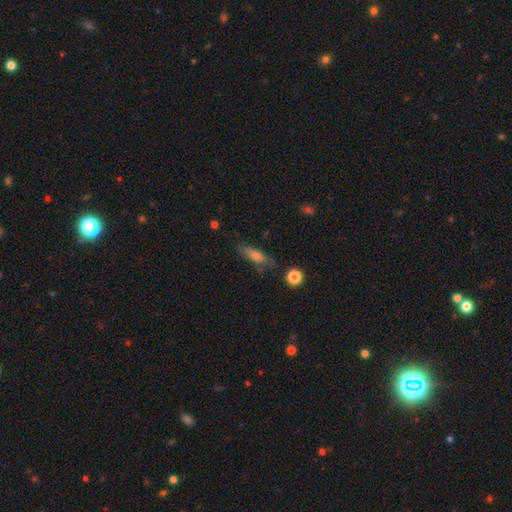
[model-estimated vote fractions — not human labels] smooth_or_featured: smooth (p=0.63) [alt: featured or disk p=0.27]
how_rounded: cigar-shaped (p=0.53) [alt: in between p=0.43]
merging: none (p=0.72) [alt: minor disturbance p=0.19]